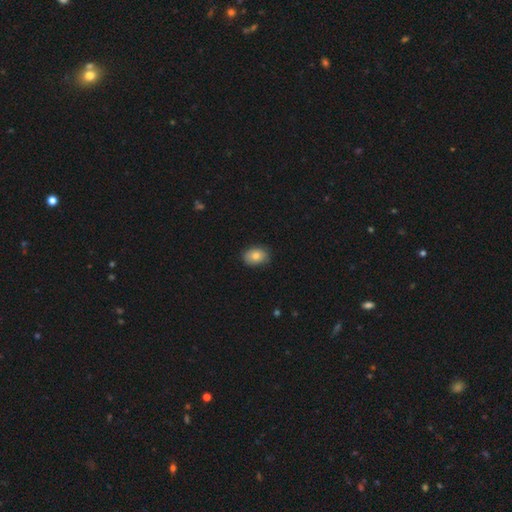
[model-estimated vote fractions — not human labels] smooth-or-featured: smooth: 80% | featured or disk: 12% | star or artifact: 8%
  how-rounded: in between: 72% | round: 27% | cigar-shaped: 1%
  merging: none: 83% | minor disturbance: 14% | major disturbance: 2% | merger: 1%